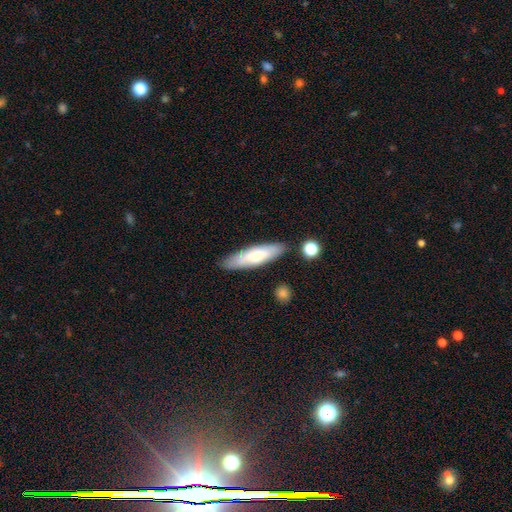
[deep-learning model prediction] A smooth galaxy with no disk features (62%) that is cigar-shaped (72%).

Vote fractions:
- Smooth or featured? smooth: 62% / featured or disk: 31% / star or artifact: 7%
- How rounded? cigar-shaped: 72% / in between: 27% / round: 2%
- Merging? none: 84% / minor disturbance: 11% / merger: 3% / major disturbance: 2%